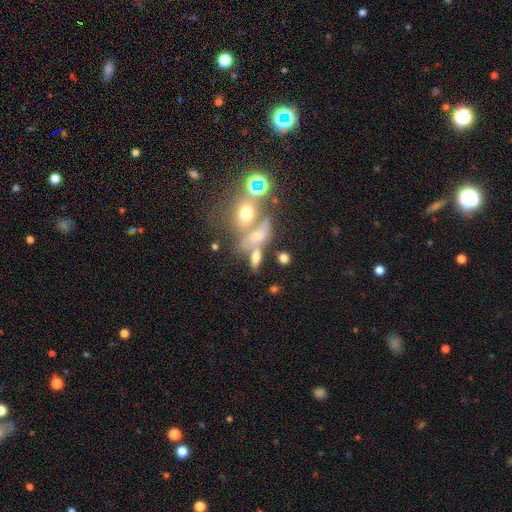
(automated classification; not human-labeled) The model was most divided on "merging": merger: 44%, none: 34%, minor disturbance: 11%, major disturbance: 10%. Remaining: smooth or featured — smooth (45%).